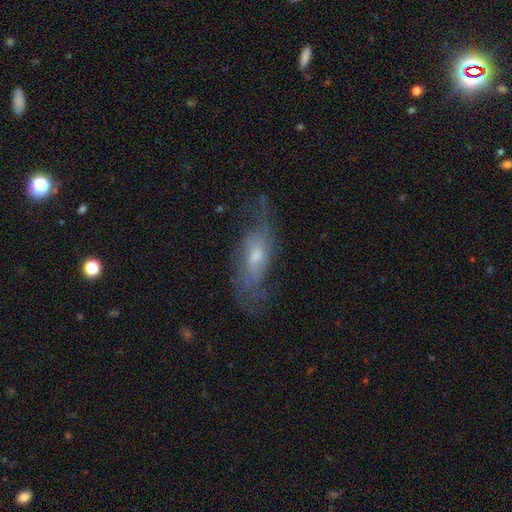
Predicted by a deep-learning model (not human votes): Q: Smooth or featured?
A: featured or disk (71%); runner-up: smooth (20%)
Q: Edge-on disk?
A: no (82%); runner-up: yes (18%)
Q: Bar?
A: no (62%); runner-up: weak (31%)
Q: Spiral arms?
A: yes (86%); runner-up: no (14%)
Q: Bulge size?
A: moderate (49%); runner-up: small (41%)
Q: Merging?
A: none (65%); runner-up: minor disturbance (20%)